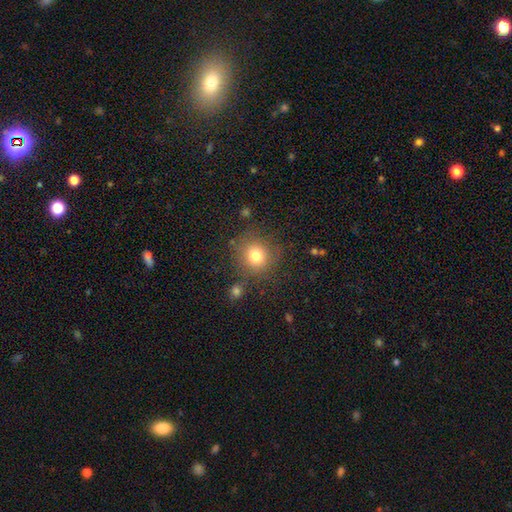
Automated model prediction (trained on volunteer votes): The model was most divided on "smooth or featured": smooth: 78%, star or artifact: 13%, featured or disk: 9%. More confident: how rounded — round (89%); merging — none (79%).